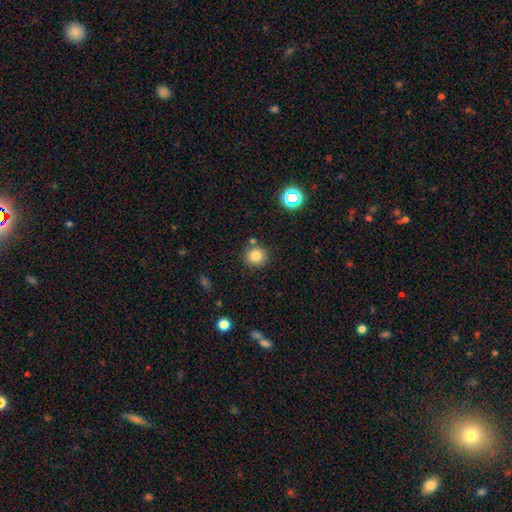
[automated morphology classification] Smooth or featured?
  - smooth: 82% *
  - star or artifact: 13%
  - featured or disk: 6%
How rounded?
  - round: 91% *
  - in between: 8%
  - cigar-shaped: 1%
Merging?
  - none: 81% *
  - minor disturbance: 9%
  - merger: 7%
  - major disturbance: 3%